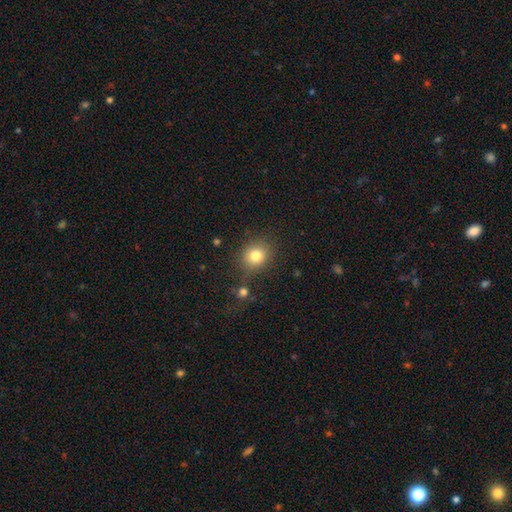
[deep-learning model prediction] Smooth or featured? smooth (80%)
How rounded? round (76%)
Merging? none (77%)